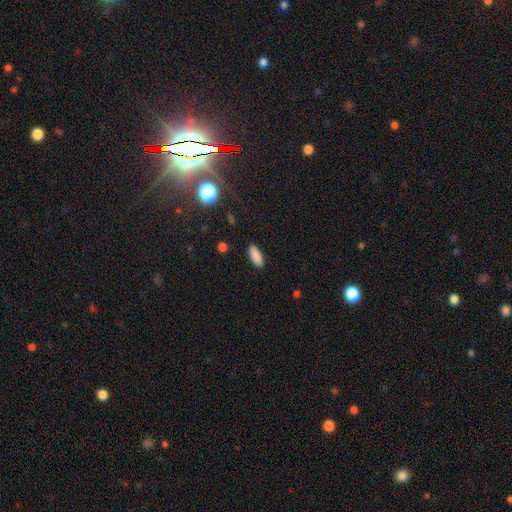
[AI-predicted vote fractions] The model was most divided on "how rounded": in between: 73%, cigar-shaped: 24%, round: 2%. More confident: merging — none (89%); smooth or featured — smooth (88%).